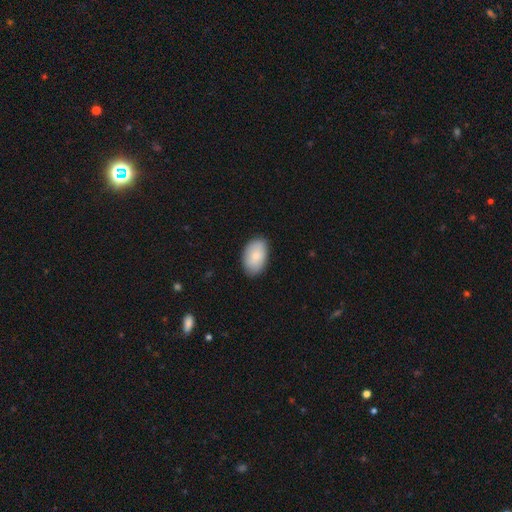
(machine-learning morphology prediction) smooth-or-featured: smooth: 85% | featured or disk: 9% | star or artifact: 6%
  how-rounded: in between: 93% | round: 6% | cigar-shaped: 1%
  merging: none: 85% | minor disturbance: 12% | major disturbance: 2% | merger: 1%